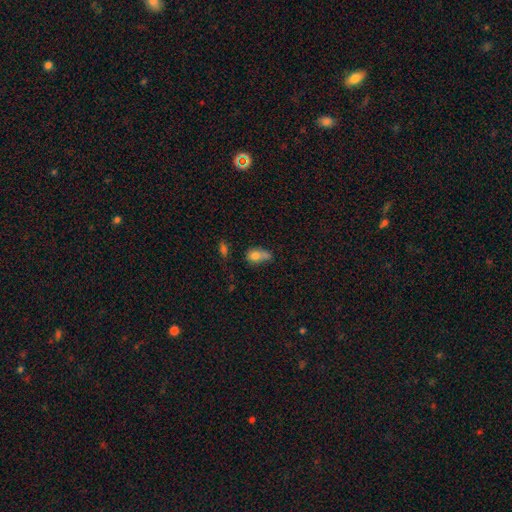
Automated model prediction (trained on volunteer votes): Q: Smooth or featured?
A: smooth (75%); runner-up: featured or disk (14%)
Q: How rounded?
A: in between (64%); runner-up: round (32%)
Q: Merging?
A: merger (31%); runner-up: none (26%)